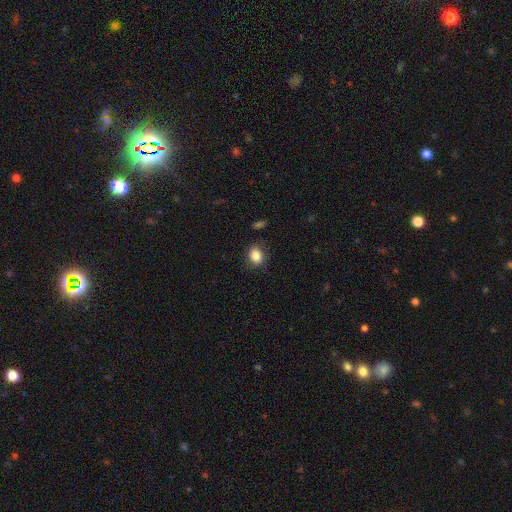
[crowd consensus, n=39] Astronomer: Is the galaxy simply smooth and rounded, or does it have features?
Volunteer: smooth — 87%.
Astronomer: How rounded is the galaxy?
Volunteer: in between — 59% (runner-up: round, 38%).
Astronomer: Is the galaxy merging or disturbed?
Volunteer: none — 75%.